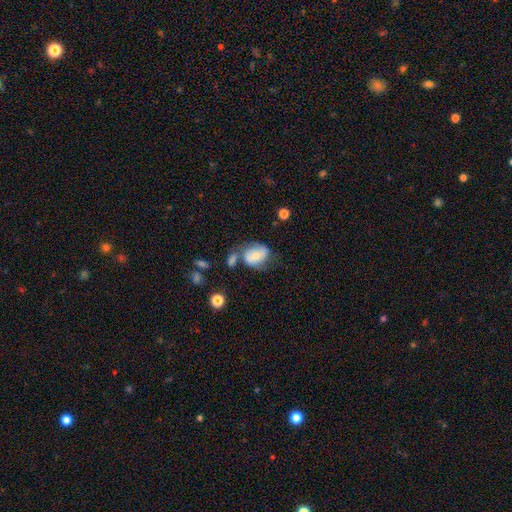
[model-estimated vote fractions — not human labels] This is possibly a smooth galaxy (57%). How rounded: likely in between (64%). Merging: marginally none (40%).